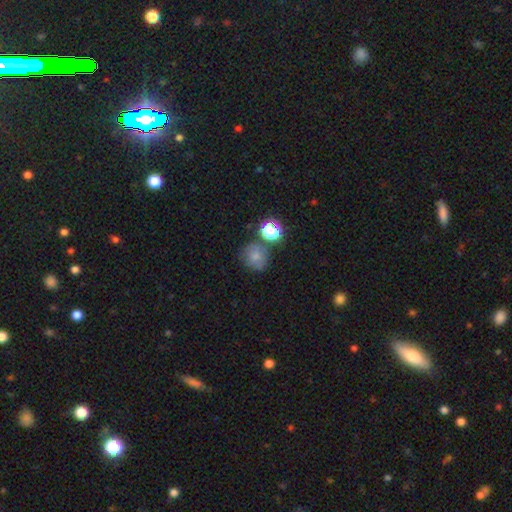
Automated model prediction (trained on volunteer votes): Overall: smooth (73%). How rounded: round (84%). Merging: none (64%).